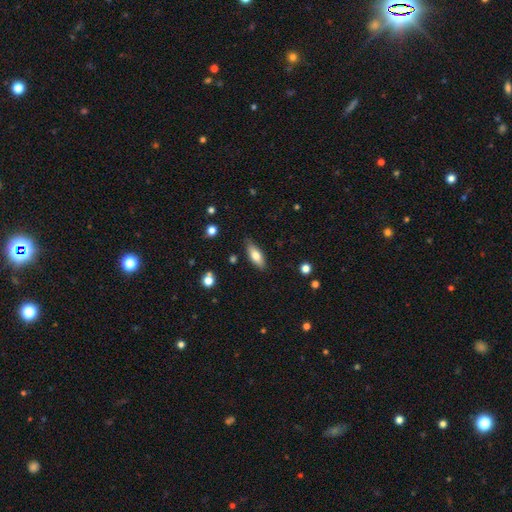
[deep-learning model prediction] A smooth galaxy with no disk features (73%) that is in between round and cigar-shaped (72%).

Vote fractions:
- Smooth or featured? smooth: 73% / featured or disk: 21% / star or artifact: 6%
- How rounded? in between: 72% / cigar-shaped: 26% / round: 2%
- Merging? none: 82% / minor disturbance: 14% / major disturbance: 3% / merger: 2%